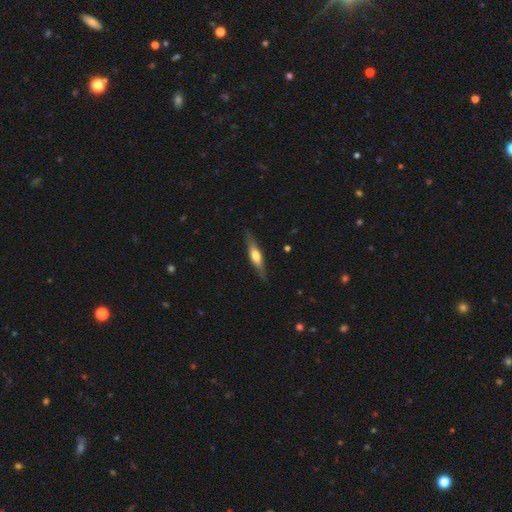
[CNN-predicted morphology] The model was most divided on "smooth or featured": featured or disk: 53%, smooth: 41%, star or artifact: 5%. More confident: edge-on disk — yes (92%); merging — none (87%).